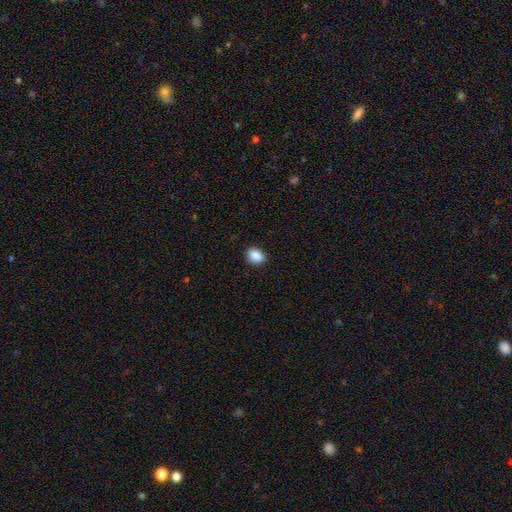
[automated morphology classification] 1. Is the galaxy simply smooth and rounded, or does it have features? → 89% smooth, 8% star or artifact, 4% featured or disk.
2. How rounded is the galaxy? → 74% in between, 24% round, 1% cigar-shaped.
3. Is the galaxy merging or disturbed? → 89% none, 8% minor disturbance, 2% major disturbance, 1% merger.